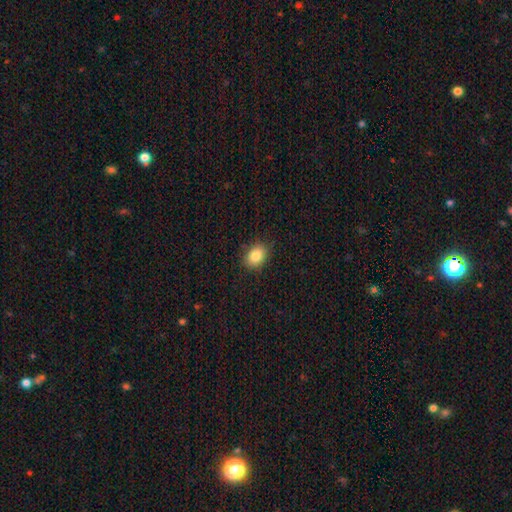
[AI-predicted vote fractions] Smooth or featured? smooth (85%)
How rounded? in between (72%)
Merging? none (86%)